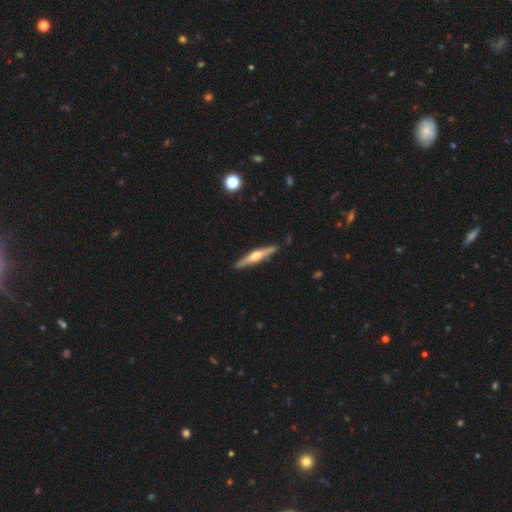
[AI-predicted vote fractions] A featured or disk galaxy (70%) viewed edge-on (97%) with a rounded central bulge (90%).

Vote fractions:
- Smooth or featured? featured or disk: 70% / smooth: 25% / star or artifact: 5%
- Edge-on disk? yes: 97% / no: 3%
- Edge-on bulge? rounded: 90% / boxy: 6% / none: 4%
- Merging? none: 90% / minor disturbance: 7% / major disturbance: 1% / merger: 1%